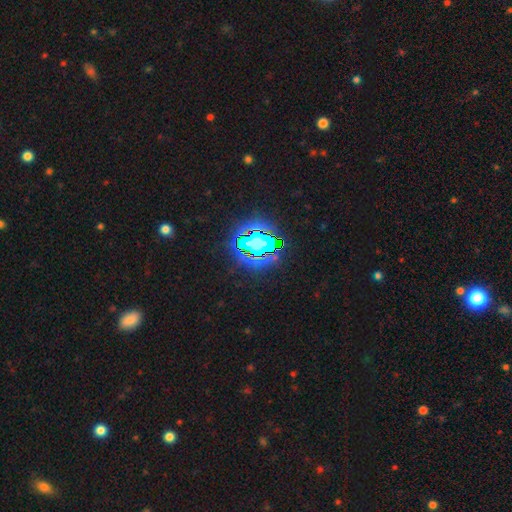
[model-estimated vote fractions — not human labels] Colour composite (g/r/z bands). It shows a star or artifact, not a galaxy (83%).